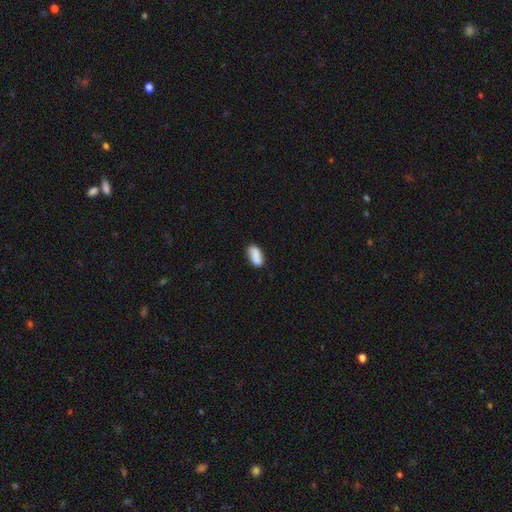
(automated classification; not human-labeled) Smooth or featured? Predicted: smooth (p=0.85). How rounded? Predicted: in between (p=0.90). Merging? Predicted: none (p=0.77).